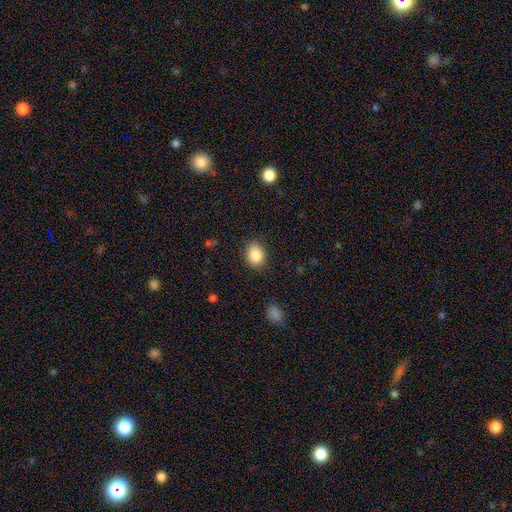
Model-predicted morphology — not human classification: Smooth or featured? smooth (87%)
How rounded? in between (54%)
Merging? none (82%)